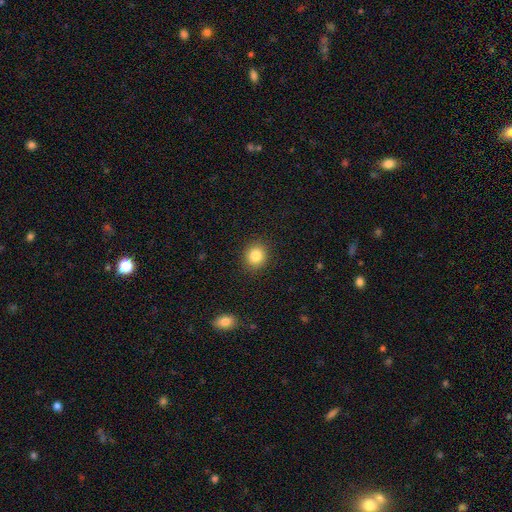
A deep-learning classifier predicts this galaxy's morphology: smooth-or-featured: smooth: 84% | star or artifact: 10% | featured or disk: 6%
  how-rounded: round: 79% | in between: 20% | cigar-shaped: 1%
  merging: none: 90% | minor disturbance: 7% | major disturbance: 2% | merger: 1%